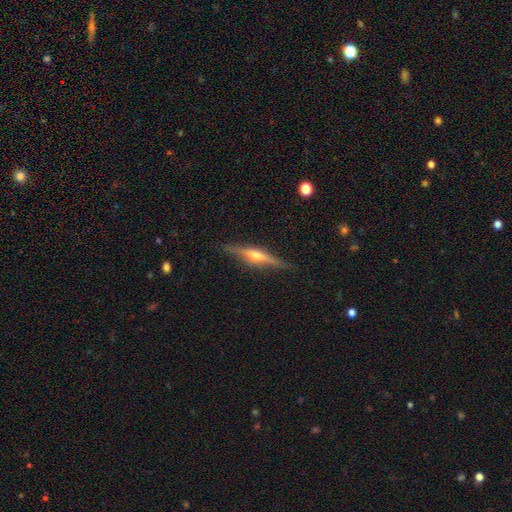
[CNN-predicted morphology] smooth-or-featured: featured or disk: 77% | smooth: 16% | star or artifact: 6%
  disk-edge-on: yes: 97% | no: 3%
    edge-on-bulge: rounded: 89% | boxy: 6% | none: 5%
  merging: none: 88% | minor disturbance: 9% | major disturbance: 2% | merger: 1%